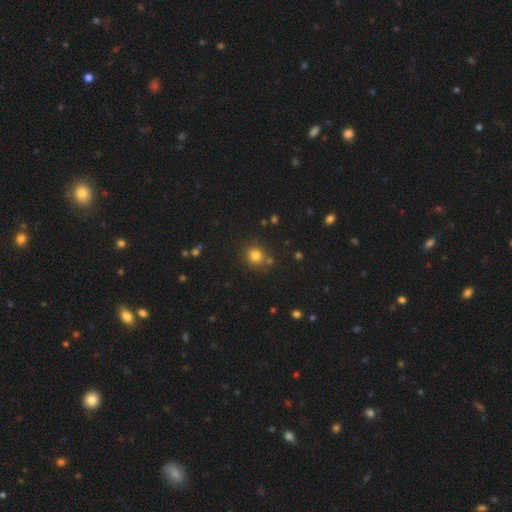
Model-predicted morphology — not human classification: smooth_or_featured: smooth (p=0.80) [alt: star or artifact p=0.14]
how_rounded: round (p=0.85) [alt: in between p=0.14]
merging: none (p=0.80) [alt: minor disturbance p=0.09]